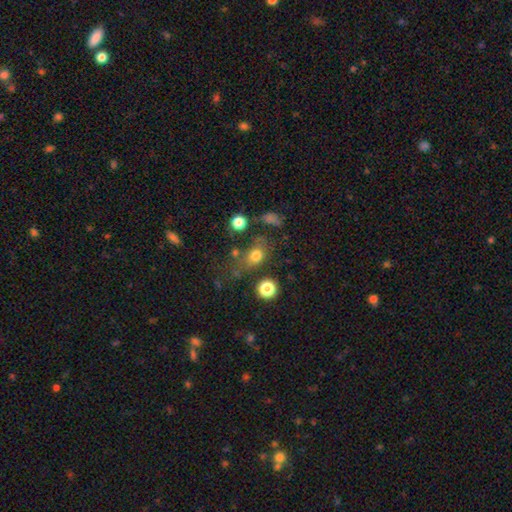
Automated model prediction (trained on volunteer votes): Morphology: type=smooth (73%); roundness=round (50%); merging=none (54%).